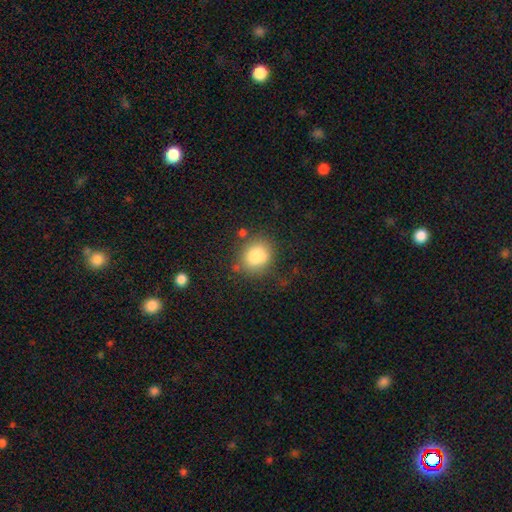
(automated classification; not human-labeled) Morphology: type=smooth (81%); roundness=round (65%); merging=none (66%).